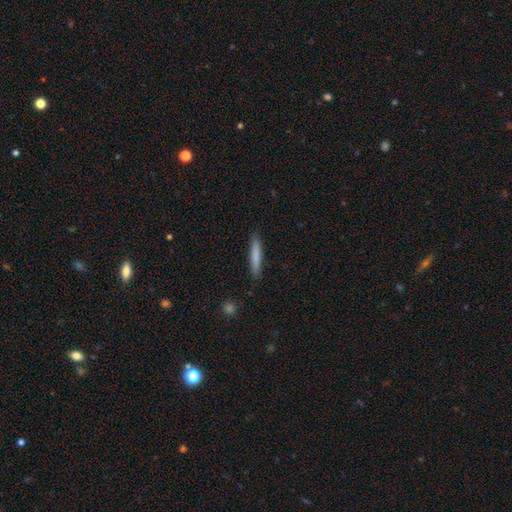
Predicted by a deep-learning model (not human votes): Smooth or featured? Predicted: smooth (p=0.76). How rounded? Predicted: cigar-shaped (p=0.93). Merging? Predicted: none (p=0.88).